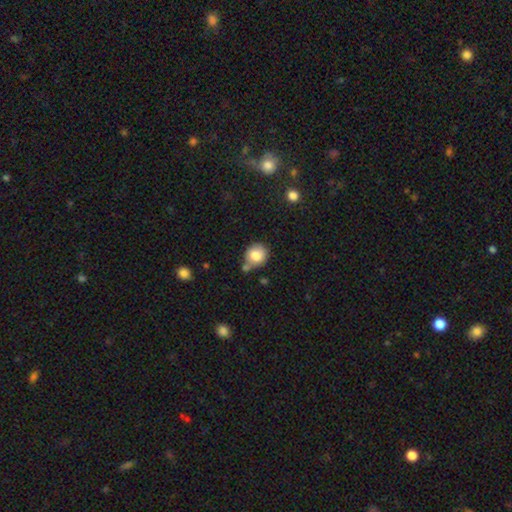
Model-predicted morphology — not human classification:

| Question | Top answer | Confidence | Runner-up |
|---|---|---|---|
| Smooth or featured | smooth | 82% | featured or disk (10%) |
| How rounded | round | 81% | in between (18%) |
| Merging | none | 59% | minor disturbance (19%) |